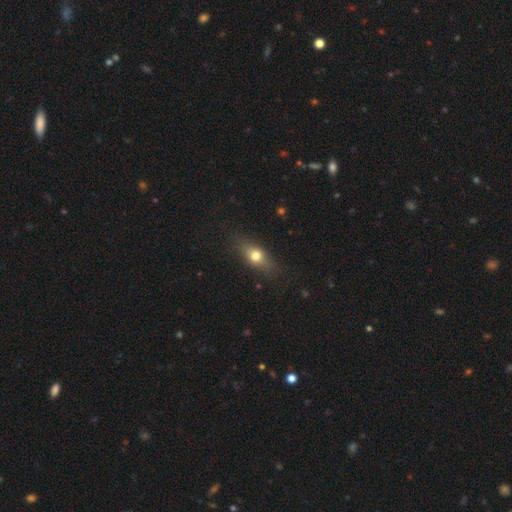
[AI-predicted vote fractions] Smooth or featured? Predicted: smooth (p=0.68). How rounded? Predicted: in between (p=0.65). Merging? Predicted: none (p=0.81).